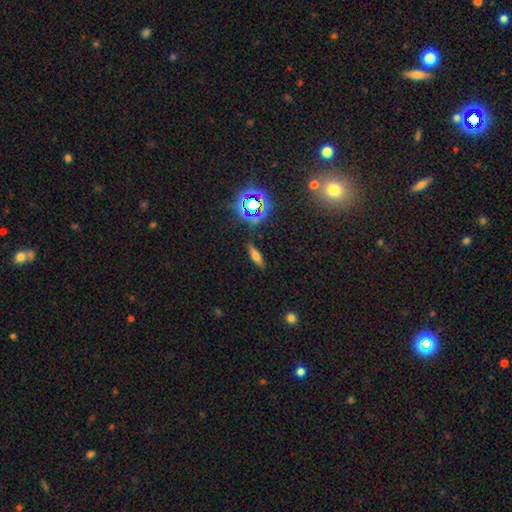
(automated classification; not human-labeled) Smooth or featured? smooth (54%)
How rounded? cigar-shaped (56%)
Merging? none (85%)